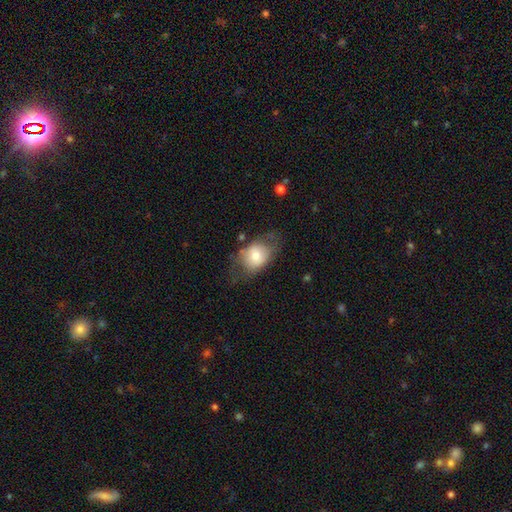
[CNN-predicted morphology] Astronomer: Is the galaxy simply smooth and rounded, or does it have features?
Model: smooth — 68%.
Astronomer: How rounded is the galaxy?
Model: in between — 65%.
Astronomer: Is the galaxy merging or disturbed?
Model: none — 51% (runner-up: minor disturbance, 27%).